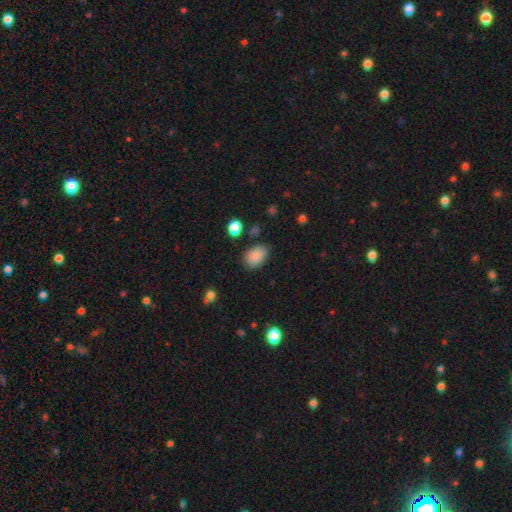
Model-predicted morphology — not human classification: smooth 86%, star or artifact 9%, featured or disk 4%. Down the decision tree: how rounded — in between (83%); merging — none (75%).